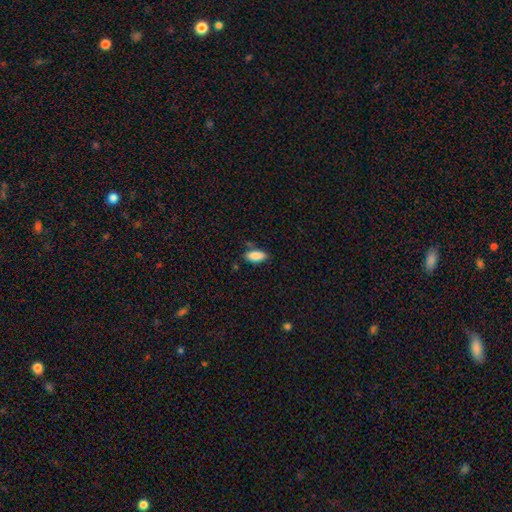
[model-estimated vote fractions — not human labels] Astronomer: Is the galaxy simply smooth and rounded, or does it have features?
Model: smooth — 88%.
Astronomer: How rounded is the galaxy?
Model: in between — 87%.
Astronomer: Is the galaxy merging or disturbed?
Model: none — 78%.